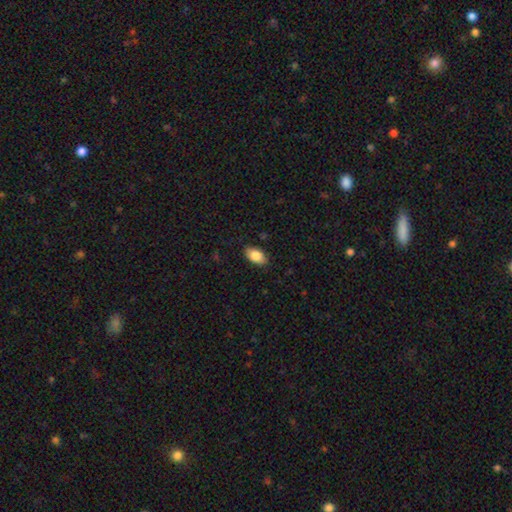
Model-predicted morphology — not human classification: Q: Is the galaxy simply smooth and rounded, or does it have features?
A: smooth — 85%.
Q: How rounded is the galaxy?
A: in between — 93%.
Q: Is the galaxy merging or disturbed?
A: none — 86%.